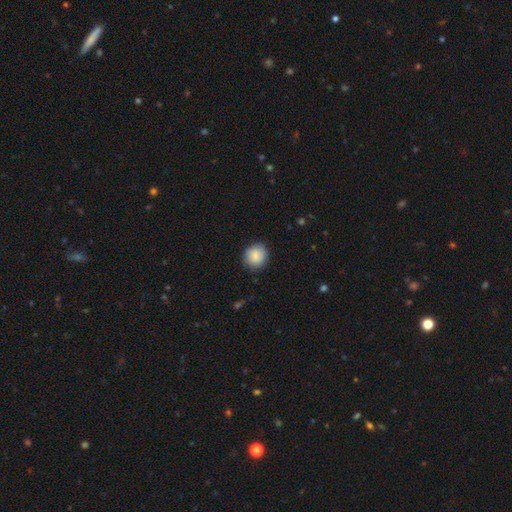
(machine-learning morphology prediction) smooth-or-featured: smooth: 86% | star or artifact: 7% | featured or disk: 6%
  how-rounded: round: 90% | in between: 10% | cigar-shaped: 1%
  merging: none: 87% | minor disturbance: 9% | major disturbance: 2% | merger: 1%